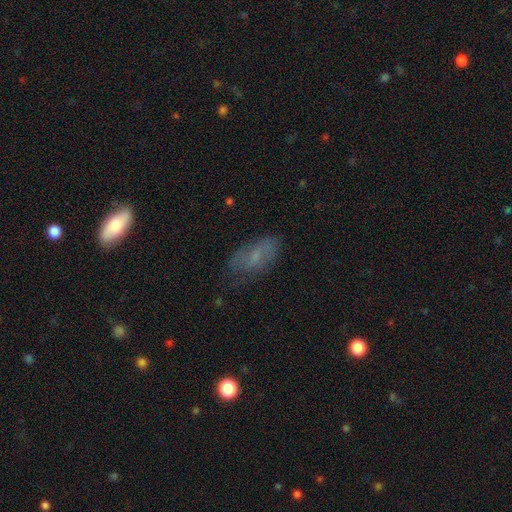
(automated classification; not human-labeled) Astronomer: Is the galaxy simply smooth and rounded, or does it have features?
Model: smooth — 58%.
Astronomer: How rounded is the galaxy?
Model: in between — 86%.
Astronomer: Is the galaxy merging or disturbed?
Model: none — 60%.